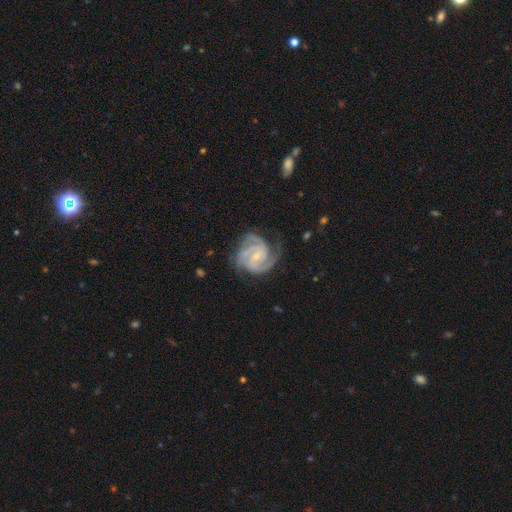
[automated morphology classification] The model was most divided on "bar": no: 55%, weak: 35%, strong: 10%. More confident: spiral arms — yes (99%); edge-on disk — no (98%); smooth or featured — featured or disk (92%); bulge size — small (74%); merging — none (72%); spiral arm count — 3 (61%); spiral winding — tight (58%).